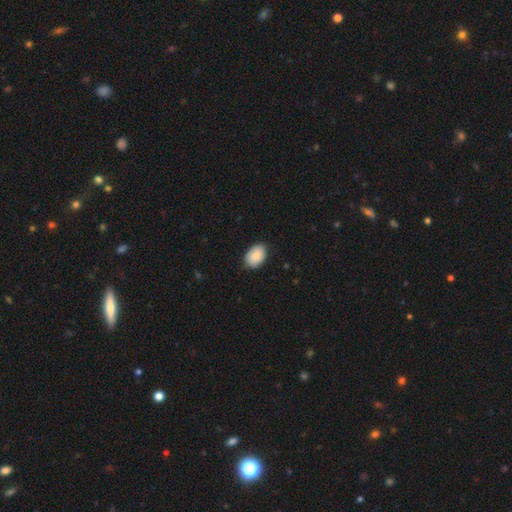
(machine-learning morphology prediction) Smooth or featured: smooth — 90% (star or artifact — 6%)
How rounded: in between — 86% (round — 13%)
Merging: none — 84% (minor disturbance — 13%)